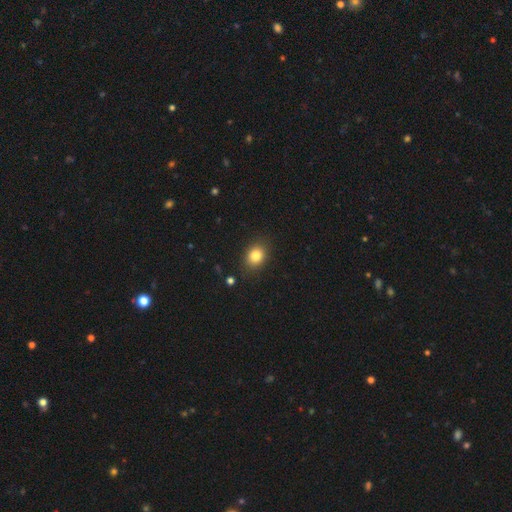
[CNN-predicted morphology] type=smooth (83%); roundness=in between (50%); merging=none (85%).